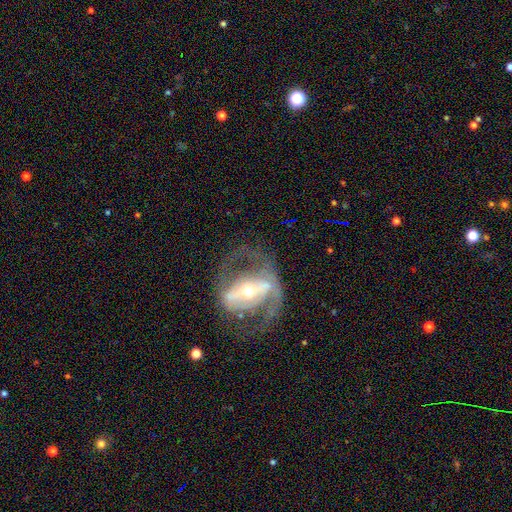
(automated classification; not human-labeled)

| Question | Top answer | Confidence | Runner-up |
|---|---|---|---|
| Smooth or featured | featured or disk | 83% | smooth (10%) |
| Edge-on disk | no | 91% | yes (9%) |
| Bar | strong | 61% | weak (22%) |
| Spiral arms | yes | 71% | no (29%) |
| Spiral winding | medium | 46% | tight (29%) |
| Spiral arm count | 2 | 78% | can't tell (12%) |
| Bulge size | small | 48% | moderate (45%) |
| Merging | none | 57% | major disturbance (24%) |